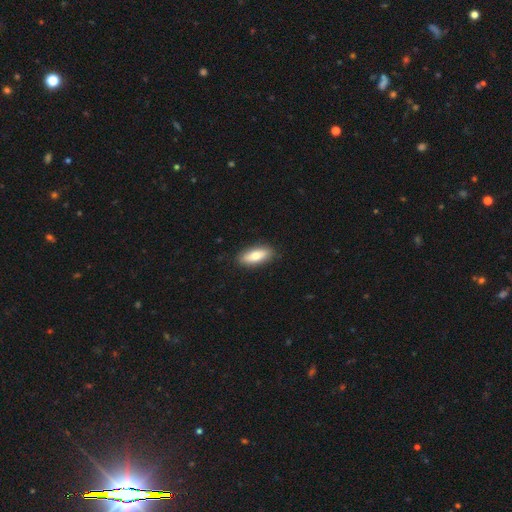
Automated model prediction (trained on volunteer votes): Q: Smooth or featured?
A: smooth (75%); runner-up: featured or disk (19%)
Q: How rounded?
A: in between (75%); runner-up: cigar-shaped (22%)
Q: Merging?
A: none (88%); runner-up: minor disturbance (9%)